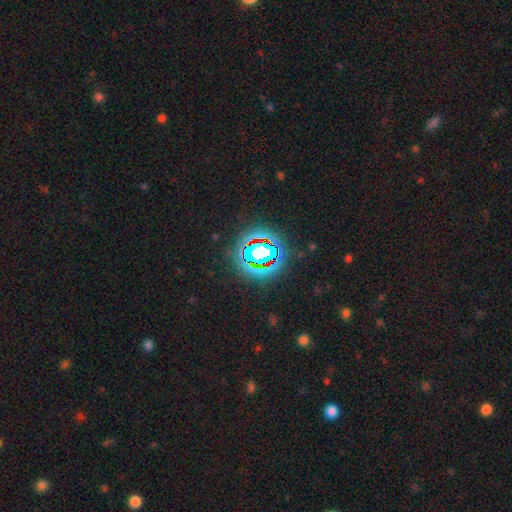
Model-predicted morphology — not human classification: A star or artifact, not a galaxy (76%).